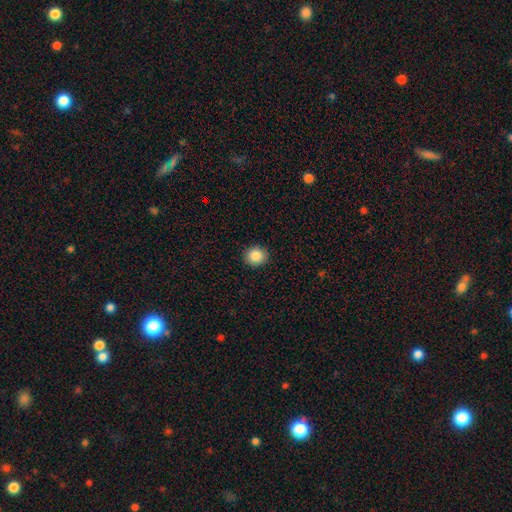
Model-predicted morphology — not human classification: type=smooth (86%); roundness=round (85%); merging=none (92%).